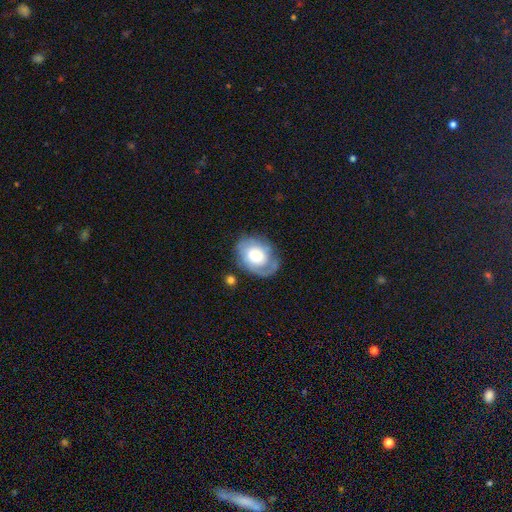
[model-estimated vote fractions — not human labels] Smooth or featured? Predicted: featured or disk (p=0.47). Merging? Predicted: none (p=0.58).